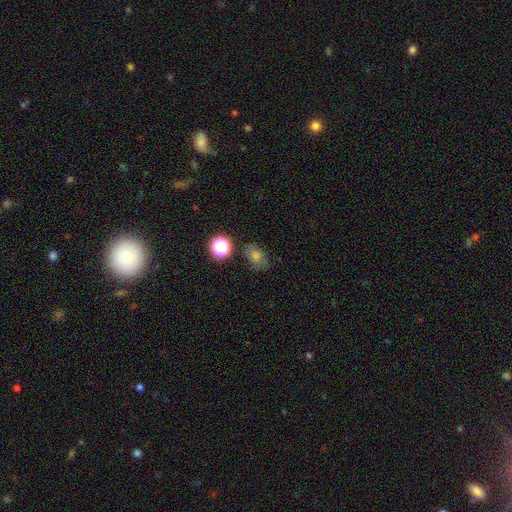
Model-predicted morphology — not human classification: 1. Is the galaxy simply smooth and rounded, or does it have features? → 50% smooth, 33% star or artifact, 17% featured or disk.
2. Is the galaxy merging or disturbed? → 73% none, 17% minor disturbance, 6% major disturbance, 4% merger.